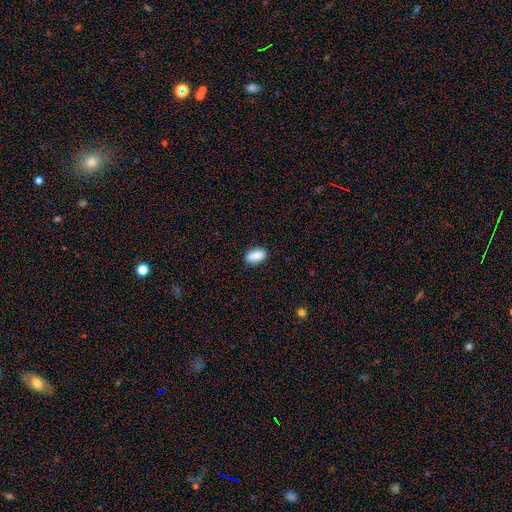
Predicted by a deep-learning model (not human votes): Smooth or featured? smooth (88%)
How rounded? in between (89%)
Merging? none (86%)